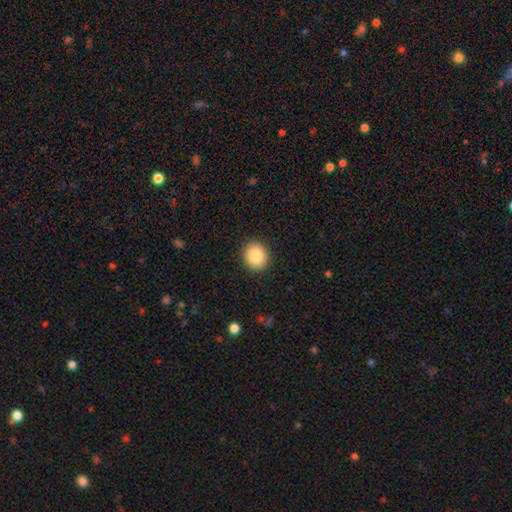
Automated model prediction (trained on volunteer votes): This is clearly a smooth galaxy (85%). How rounded: clearly round (82%). Merging: clearly none (91%).